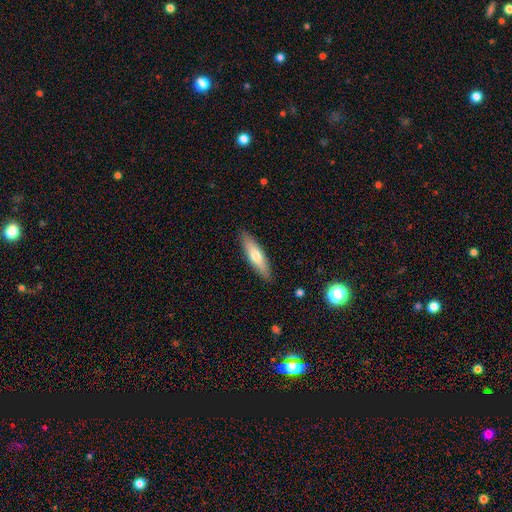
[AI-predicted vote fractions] This is likely a smooth galaxy (63%). How rounded: likely cigar-shaped (68%). Merging: clearly none (88%).